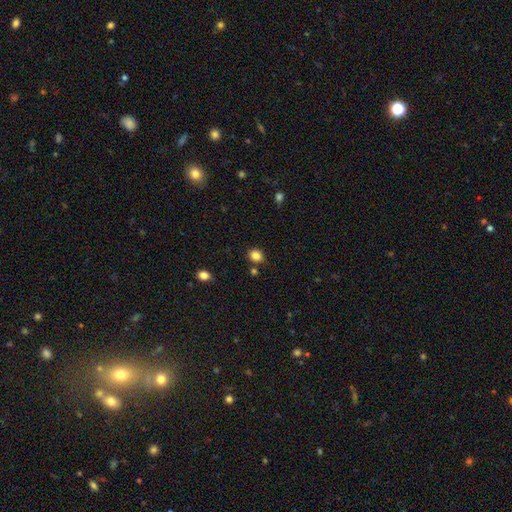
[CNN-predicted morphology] The model was most divided on "how rounded": round: 61%, in between: 38%, cigar-shaped: 1%. More confident: smooth or featured — smooth (84%); merging — none (81%).